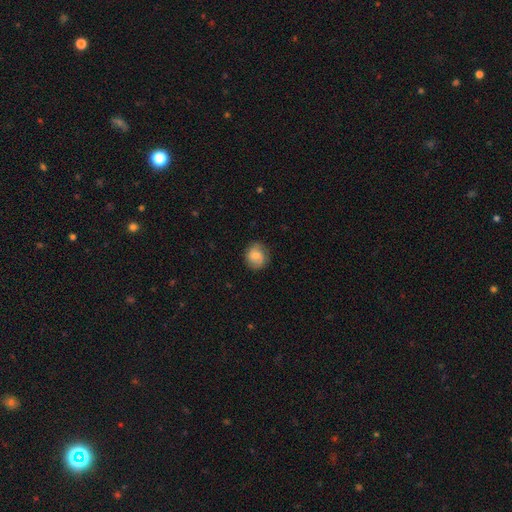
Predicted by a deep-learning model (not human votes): A smooth galaxy with no disk features (74%) that is round (79%).

Vote fractions:
- Smooth or featured? smooth: 74% / featured or disk: 18% / star or artifact: 8%
- How rounded? round: 79% / in between: 20% / cigar-shaped: 1%
- Merging? none: 78% / minor disturbance: 17% / major disturbance: 4% / merger: 1%